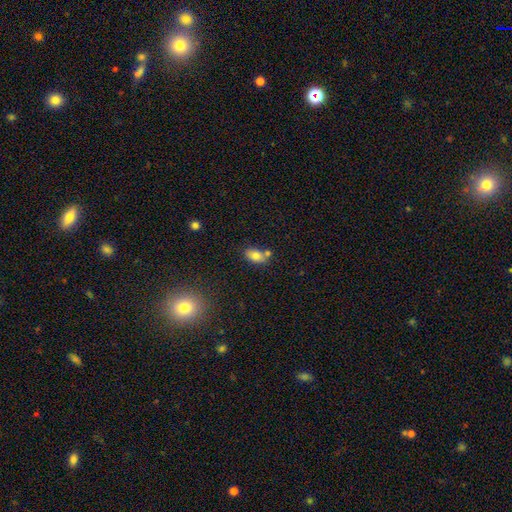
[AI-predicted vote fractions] A smooth galaxy with no disk features (78%) that is in between round and cigar-shaped (88%).

Vote fractions:
- Smooth or featured? smooth: 78% / featured or disk: 12% / star or artifact: 10%
- How rounded? in between: 88% / round: 10% / cigar-shaped: 3%
- Merging? none: 65% / merger: 17% / minor disturbance: 15% / major disturbance: 4%